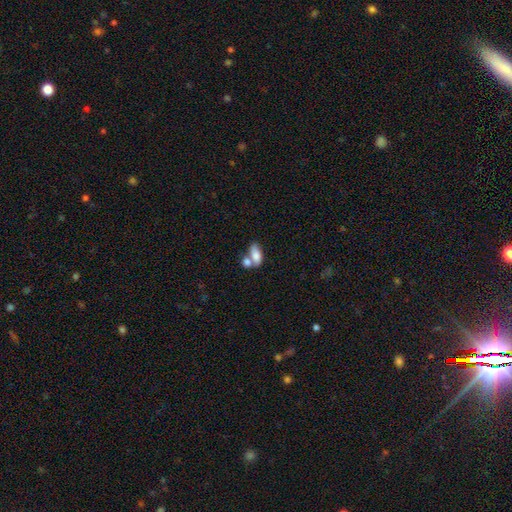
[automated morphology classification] A smooth galaxy with no disk features (77%) that is in between round and cigar-shaped (87%). Merging: merger (55%).